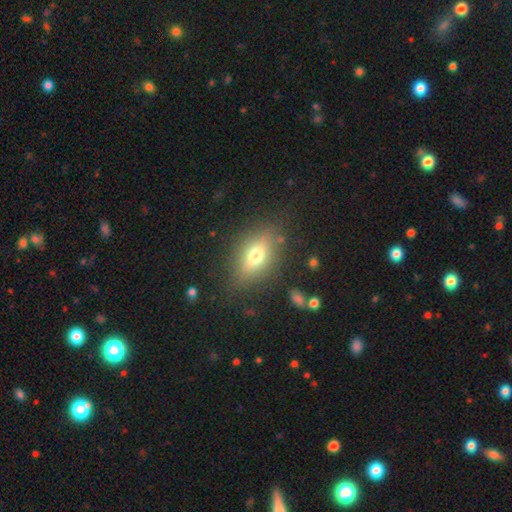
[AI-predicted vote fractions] smooth 61%, featured or disk 28%, star or artifact 11%. Down the decision tree: how rounded — in between (76%); merging — none (78%).